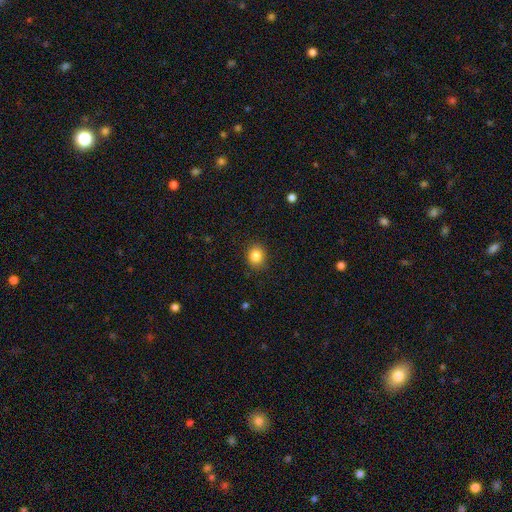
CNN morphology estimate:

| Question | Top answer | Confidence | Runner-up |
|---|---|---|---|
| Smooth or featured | smooth | 85% | star or artifact (10%) |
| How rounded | round | 70% | in between (30%) |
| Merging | none | 88% | minor disturbance (8%) |